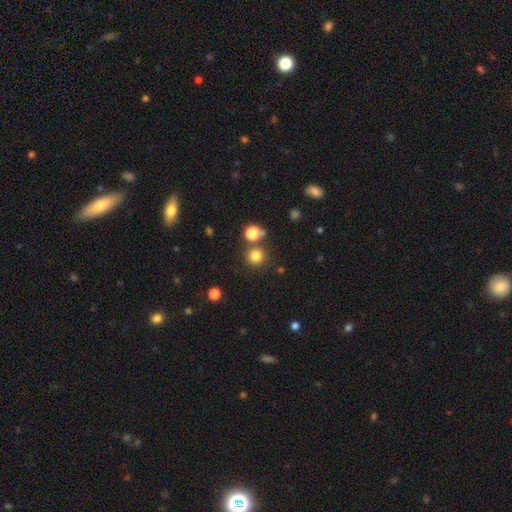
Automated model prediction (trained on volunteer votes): Overall: smooth (80%). How rounded: round (94%). Merging: none (80%).